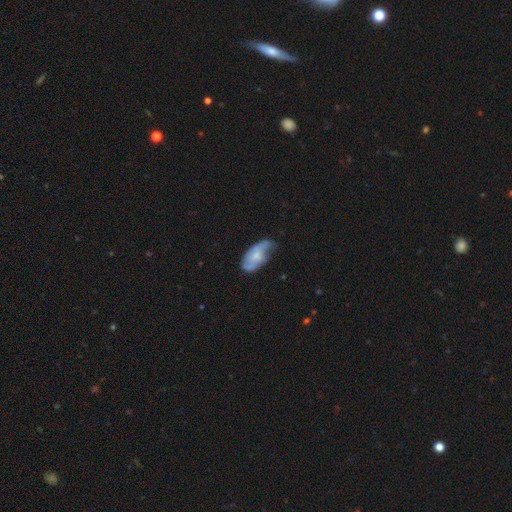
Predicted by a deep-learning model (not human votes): smooth_or_featured: featured or disk (p=0.48) [alt: smooth p=0.45]
merging: none (p=0.39) [alt: minor disturbance p=0.38]